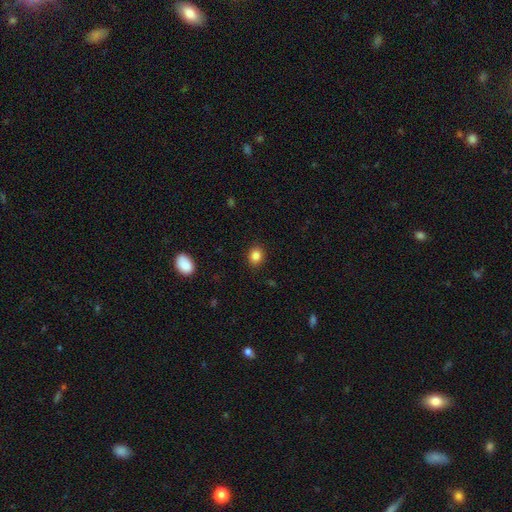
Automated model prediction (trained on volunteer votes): A smooth galaxy with no disk features (85%) that is round (58%). Merging: none (89%).